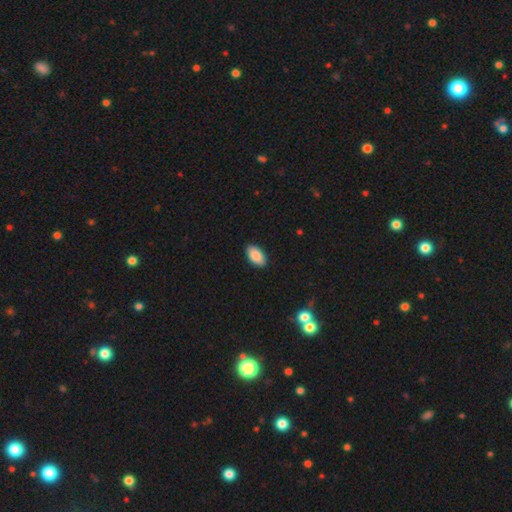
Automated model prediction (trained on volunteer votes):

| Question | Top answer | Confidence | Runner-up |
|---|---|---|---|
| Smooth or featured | smooth | 89% | star or artifact (6%) |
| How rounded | in between | 95% | round (3%) |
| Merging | none | 90% | minor disturbance (8%) |